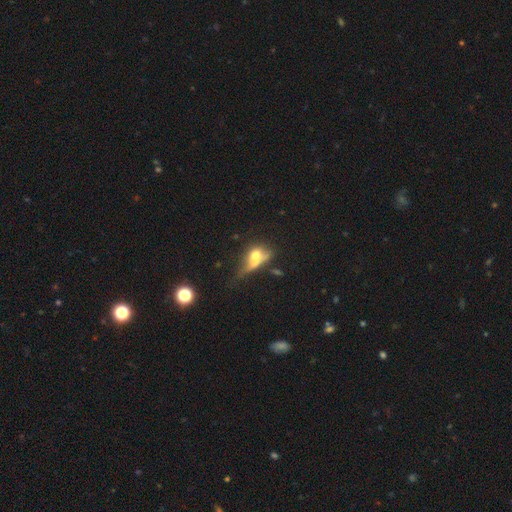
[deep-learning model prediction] This appears to be a smooth galaxy with no disk features (52%) that is in between round and cigar-shaped (57%). Merging: merger (48%).